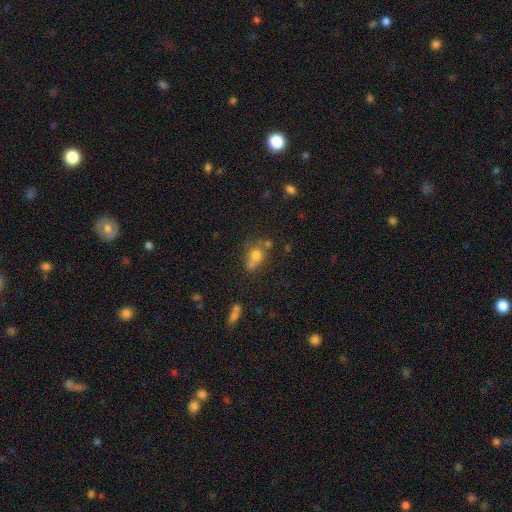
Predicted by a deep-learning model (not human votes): The model was most divided on "how rounded": round: 53%, in between: 44%, cigar-shaped: 3%. Remaining: smooth or featured — smooth (70%); merging — none (39%).